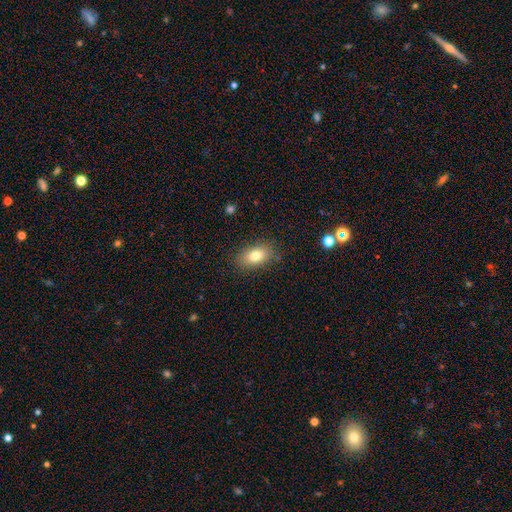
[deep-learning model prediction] A smooth galaxy with no disk features (80%) that is in between round and cigar-shaped (88%).

Vote fractions:
- Smooth or featured? smooth: 80% / featured or disk: 12% / star or artifact: 9%
- How rounded? in between: 88% / round: 8% / cigar-shaped: 3%
- Merging? none: 85% / minor disturbance: 11% / major disturbance: 3% / merger: 1%